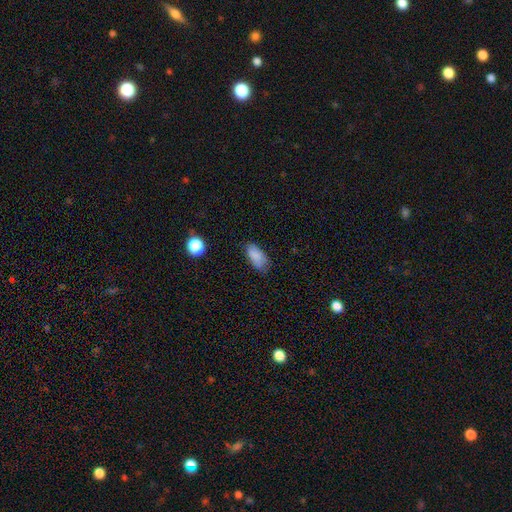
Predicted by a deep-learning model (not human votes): Smooth or featured: smooth — 86% (star or artifact — 9%)
How rounded: in between — 91% (cigar-shaped — 5%)
Merging: none — 68% (minor disturbance — 25%)